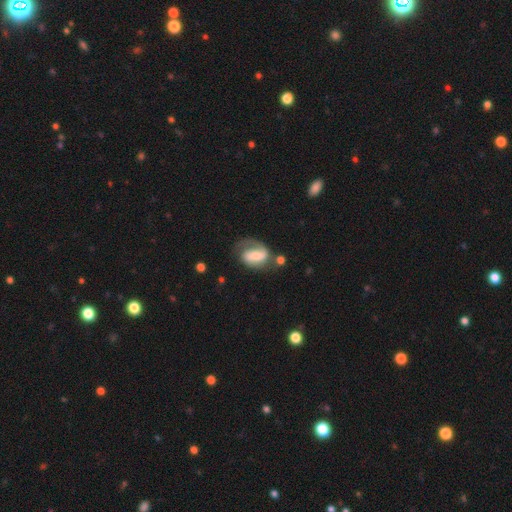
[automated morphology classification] This appears to be a featured or disk galaxy (69%) with a weak bar (41%), 2 (56%) medium (44%) spiral arms (87%) and a moderate central bulge (46%). Merging: none (46%).